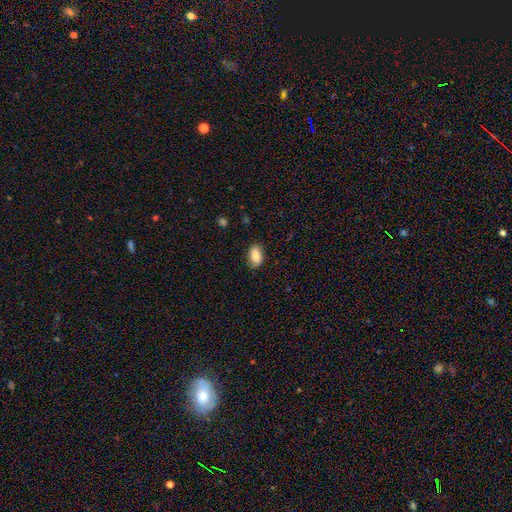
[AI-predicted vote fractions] smooth_or_featured: smooth (p=0.83) [alt: featured or disk p=0.09]
how_rounded: in between (p=0.91) [alt: round p=0.07]
merging: none (p=0.82) [alt: minor disturbance p=0.14]